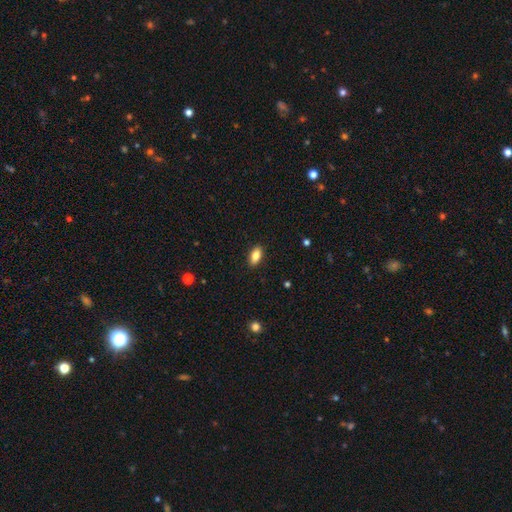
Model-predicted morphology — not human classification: Smooth or featured? smooth (83%)
How rounded? in between (89%)
Merging? none (89%)